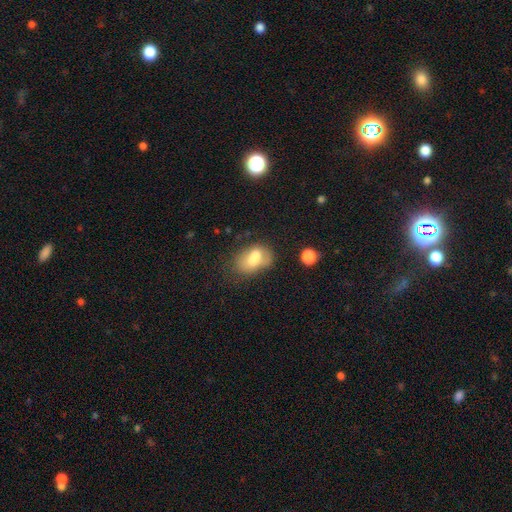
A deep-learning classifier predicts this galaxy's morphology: type=smooth (64%); roundness=in between (78%); merging=merger (39%).